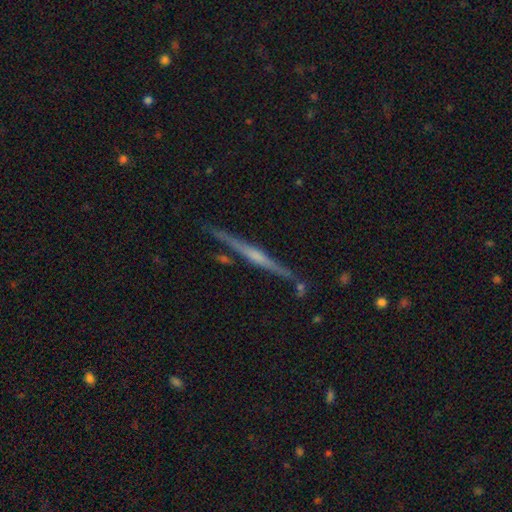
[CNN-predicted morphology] smooth_or_featured: featured or disk (p=0.75) [alt: smooth p=0.19]
disk_edge_on: yes (p=0.98) [alt: no p=0.02]
edge_on_bulge: rounded (p=0.51) [alt: none p=0.34]
merging: none (p=0.84) [alt: minor disturbance p=0.10]